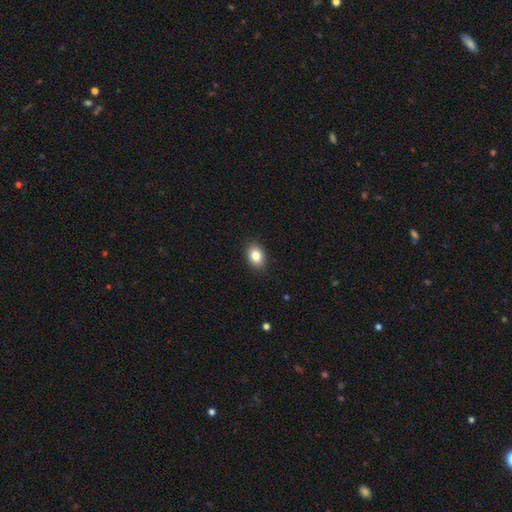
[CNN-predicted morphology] Overall: smooth (84%). How rounded: in between (74%). Merging: none (89%).